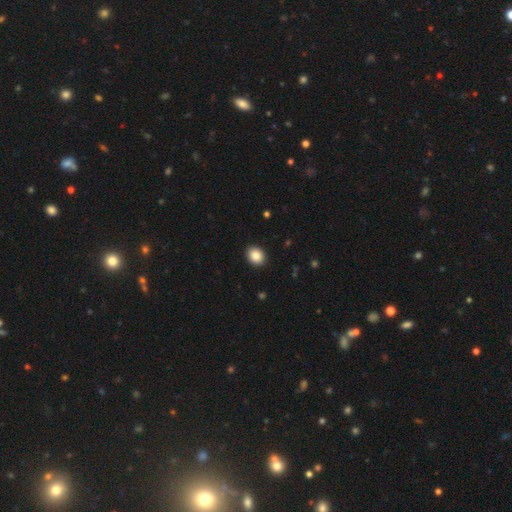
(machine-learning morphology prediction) The model was most divided on "how rounded": round: 55%, in between: 44%, cigar-shaped: 1%. More confident: merging — none (91%); smooth or featured — smooth (88%).